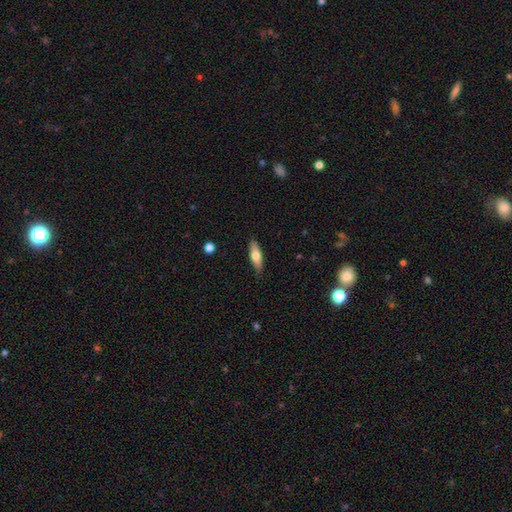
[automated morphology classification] type=smooth (59%); roundness=cigar-shaped (50%); merging=none (86%).